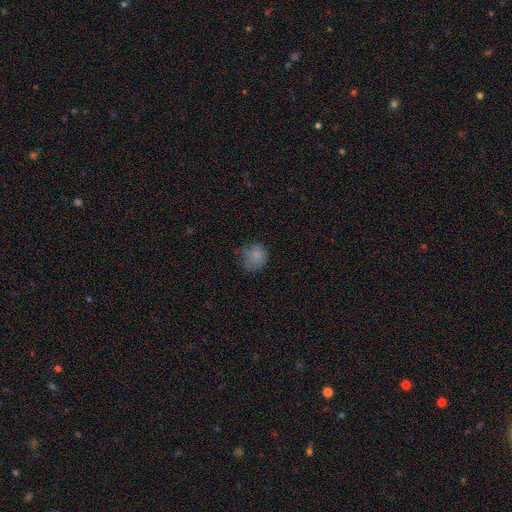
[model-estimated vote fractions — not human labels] Smooth or featured? Predicted: smooth (p=0.76). How rounded? Predicted: round (p=0.71). Merging? Predicted: none (p=0.55).